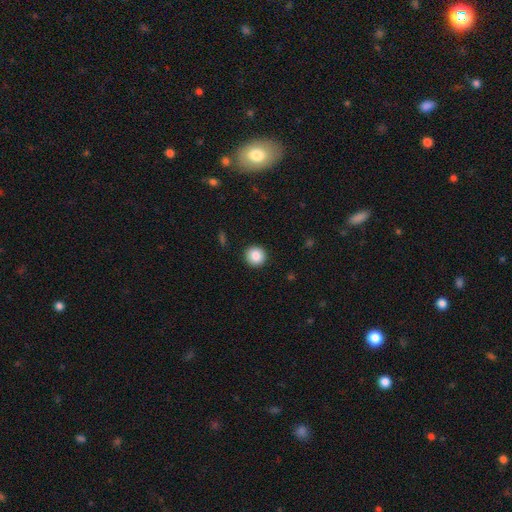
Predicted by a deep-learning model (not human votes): Morphology: type=smooth (86%); roundness=round (95%); merging=none (92%).